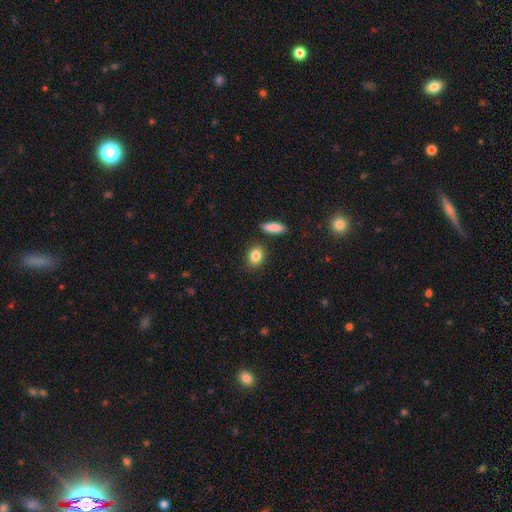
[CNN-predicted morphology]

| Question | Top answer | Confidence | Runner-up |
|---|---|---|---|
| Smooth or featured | smooth | 86% | star or artifact (8%) |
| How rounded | in between | 53% | round (44%) |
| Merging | none | 85% | minor disturbance (8%) |